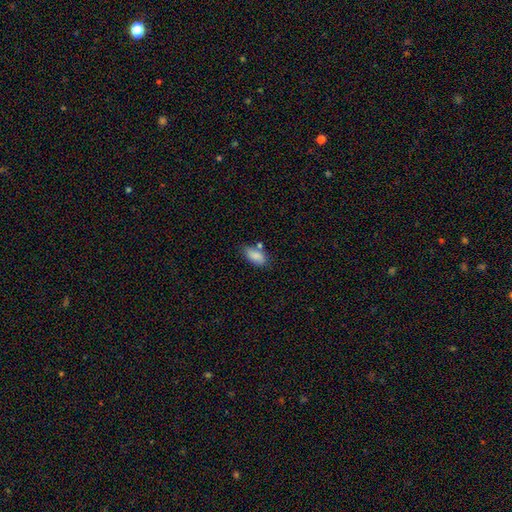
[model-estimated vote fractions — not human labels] Smooth or featured: smooth — 86% (star or artifact — 8%)
How rounded: in between — 90% (cigar-shaped — 6%)
Merging: none — 64% (minor disturbance — 19%)